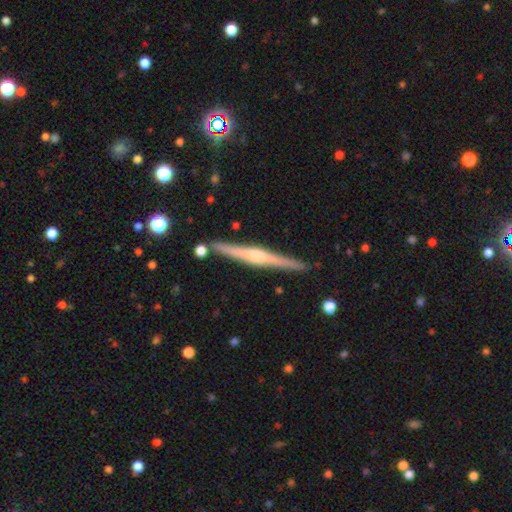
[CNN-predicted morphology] This appears to be a featured or disk galaxy (75%) viewed edge-on (98%) with a rounded central bulge (80%). Merging: none (89%).